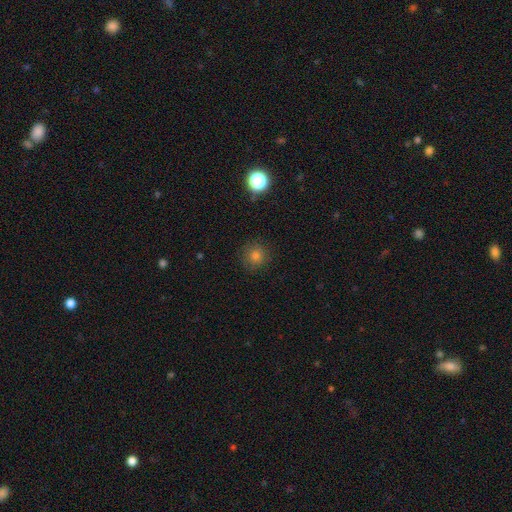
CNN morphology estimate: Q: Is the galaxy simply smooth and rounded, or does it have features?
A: smooth — 75%.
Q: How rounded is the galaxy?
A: round — 93%.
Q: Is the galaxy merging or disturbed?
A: none — 89%.